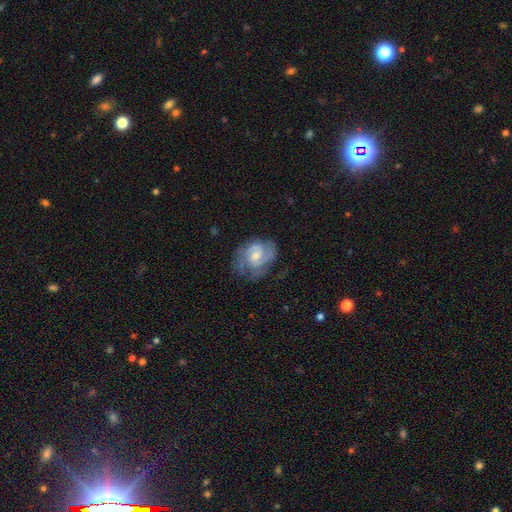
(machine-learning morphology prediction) The model was most divided on "bulge size": moderate: 49%, small: 46%, large: 2%, none: 2%, dominant: 1%. Remaining: edge-on disk — no (98%); spiral arms — yes (95%); smooth or featured — featured or disk (82%); merging — none (67%); bar — no (54%); spiral winding — tight (53%); spiral arm count — 2 (44%).